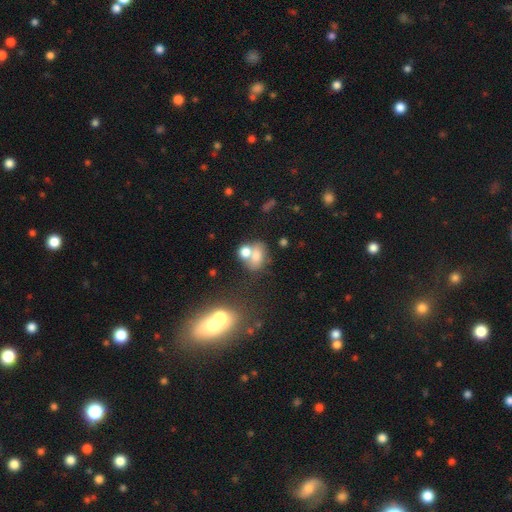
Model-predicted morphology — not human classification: Smooth or featured: smooth — 67% (featured or disk — 19%)
How rounded: in between — 64% (round — 34%)
Merging: merger — 52% (none — 30%)